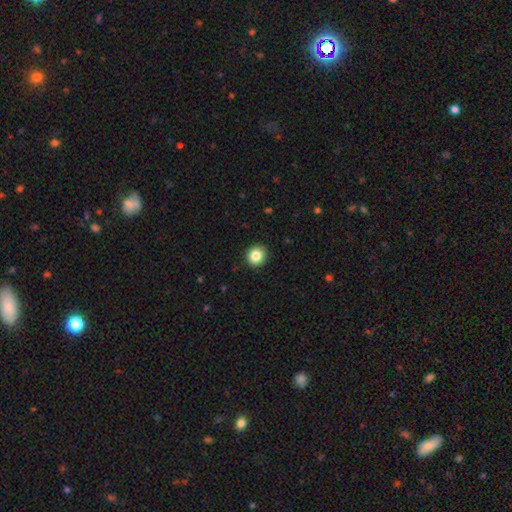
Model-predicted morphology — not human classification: The model was most divided on "smooth or featured": smooth: 85%, star or artifact: 10%, featured or disk: 6%. More confident: merging — none (92%); how rounded — round (88%).